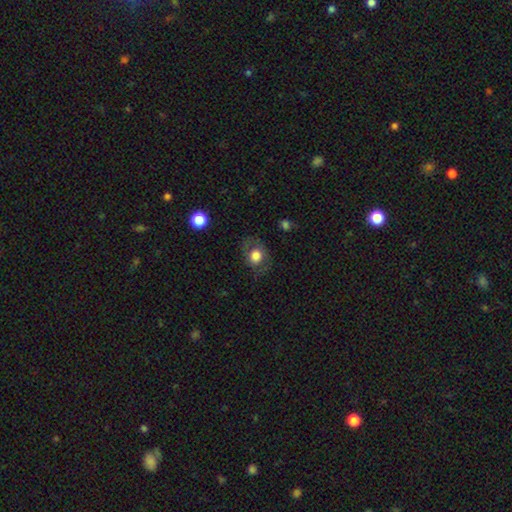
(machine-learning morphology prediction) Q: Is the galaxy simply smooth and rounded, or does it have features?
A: smooth — 67%.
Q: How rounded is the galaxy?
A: round — 58%.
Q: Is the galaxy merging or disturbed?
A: none — 70%.